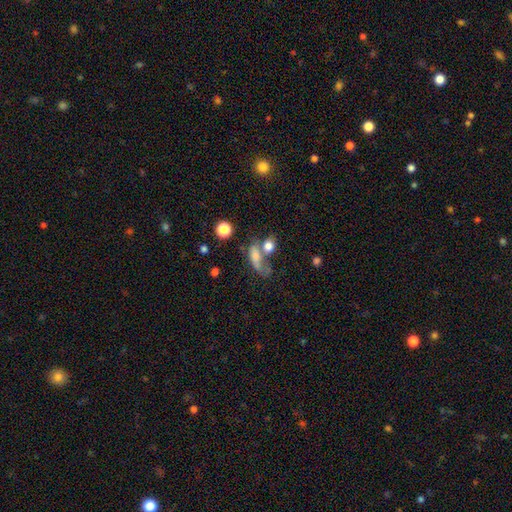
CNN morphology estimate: Smooth or featured? smooth (57%)
How rounded? in between (59%)
Merging? merger (33%)